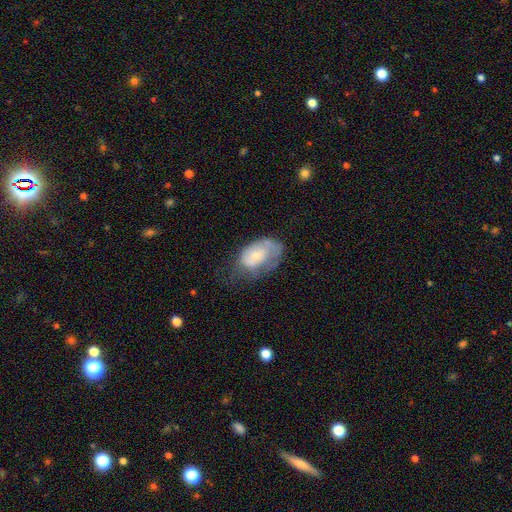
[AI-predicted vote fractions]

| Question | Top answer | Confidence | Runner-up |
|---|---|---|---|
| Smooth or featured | smooth | 54% | featured or disk (38%) |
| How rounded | in between | 88% | round (10%) |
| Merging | major disturbance | 35% | minor disturbance (32%) |